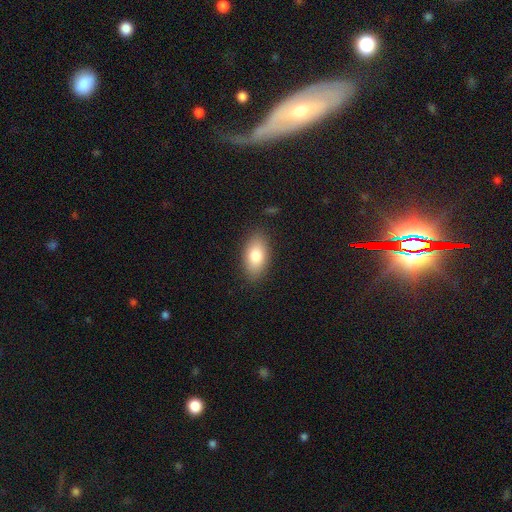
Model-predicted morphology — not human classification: type=smooth (81%); roundness=in between (92%); merging=none (86%).